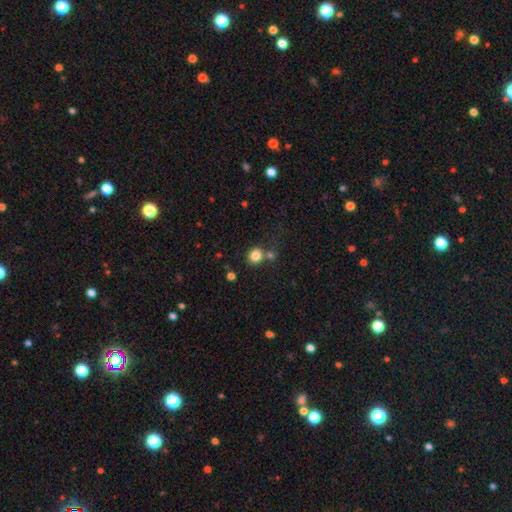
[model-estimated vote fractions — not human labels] Morphology: type=smooth (82%); roundness=round (84%); merging=none (68%).